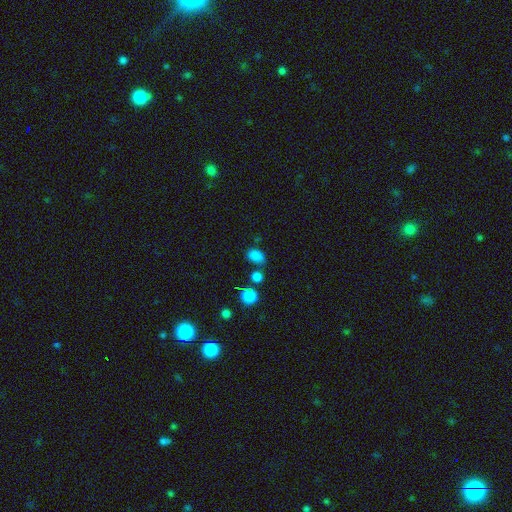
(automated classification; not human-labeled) Overall: smooth (80%). How rounded: in between (77%). Merging: none (68%).